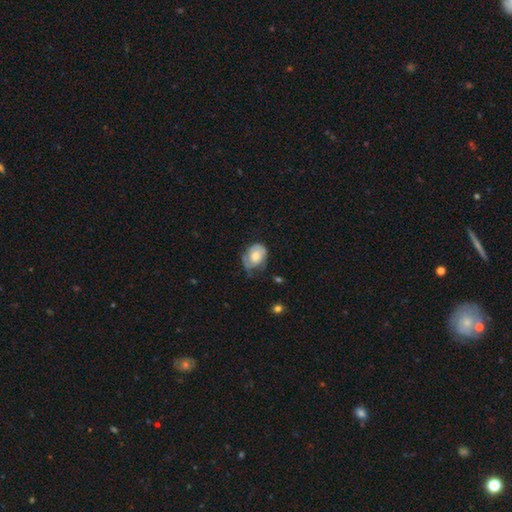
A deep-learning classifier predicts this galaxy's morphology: Q: Smooth or featured?
A: smooth (48%); runner-up: featured or disk (45%)
Q: Merging?
A: none (40%); runner-up: minor disturbance (35%)